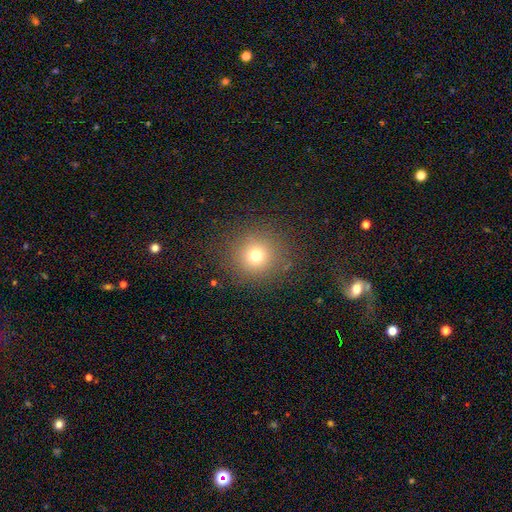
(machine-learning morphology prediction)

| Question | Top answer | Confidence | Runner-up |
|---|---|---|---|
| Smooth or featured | smooth | 72% | star or artifact (19%) |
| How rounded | round | 93% | in between (6%) |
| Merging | none | 87% | minor disturbance (7%) |